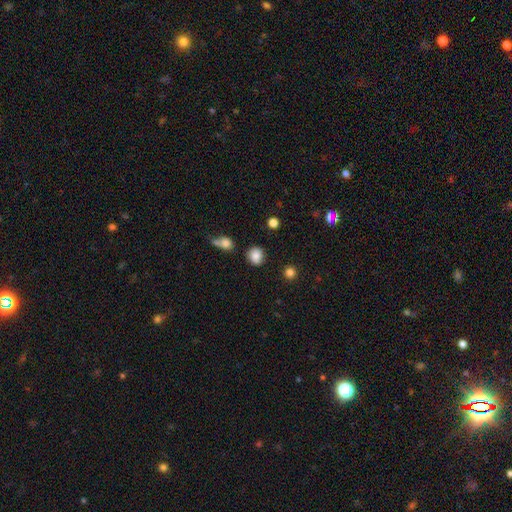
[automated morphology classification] Smooth or featured? Predicted: smooth (p=0.84). How rounded? Predicted: round (p=0.77). Merging? Predicted: none (p=0.79).